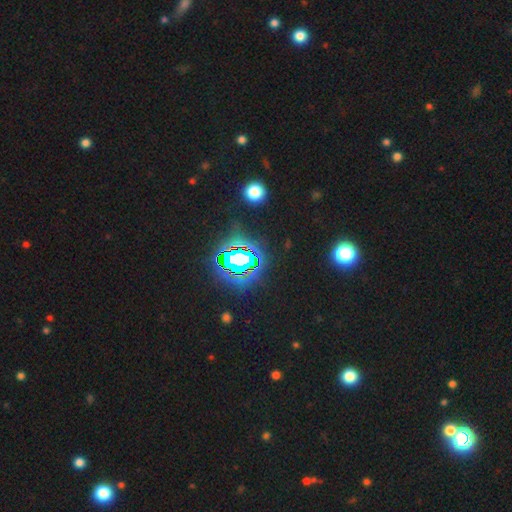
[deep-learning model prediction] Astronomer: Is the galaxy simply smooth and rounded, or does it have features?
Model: star or artifact — 83%.